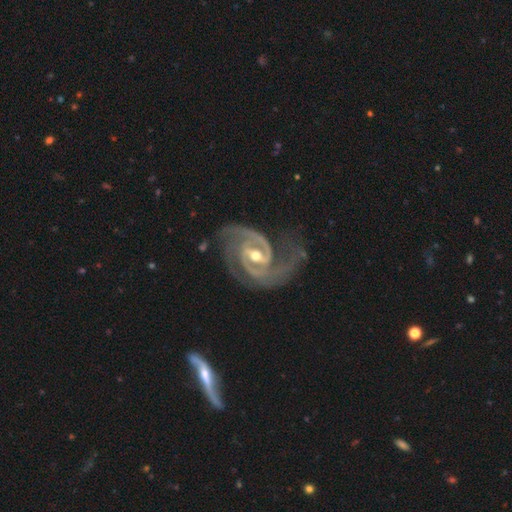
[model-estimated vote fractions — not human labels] Overall: featured or disk (94%). Edge-on disk: no (98%). Bar: weak (44%; strong 42%). Spiral arms: yes (99%). Spiral arm count: 2 (80%). Spiral winding: medium (54%; tight 37%). Bulge size: moderate (66%; small 29%). Merging: none (67%).